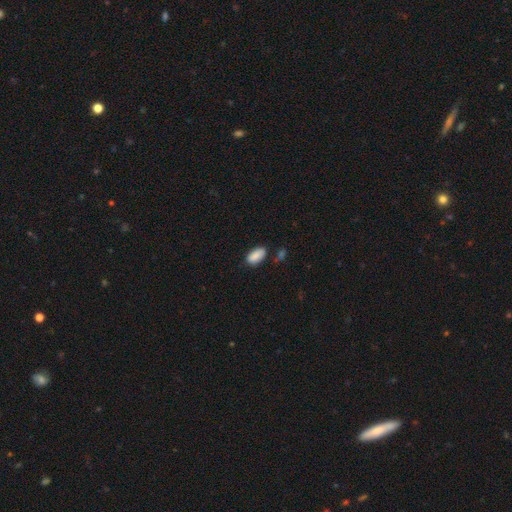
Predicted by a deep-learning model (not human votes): Morphology: type=smooth (89%); roundness=in between (94%); merging=none (75%).